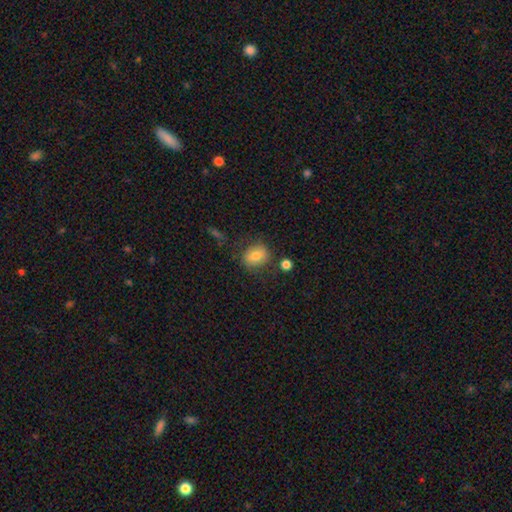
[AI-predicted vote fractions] Smooth or featured? smooth (76%)
How rounded? round (56%)
Merging? none (74%)